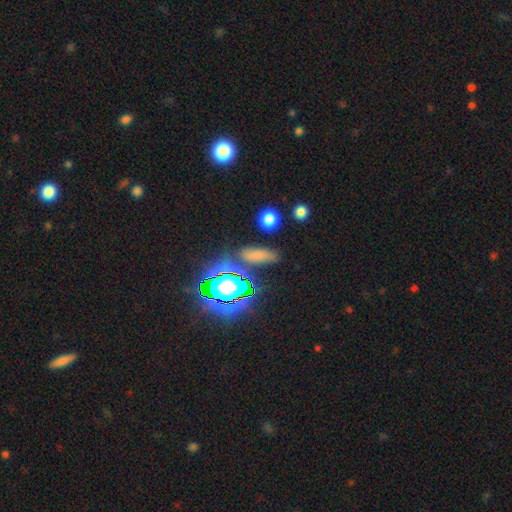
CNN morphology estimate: Smooth or featured? Predicted: smooth (p=0.62). How rounded? Predicted: in between (p=0.51). Merging? Predicted: none (p=0.77).